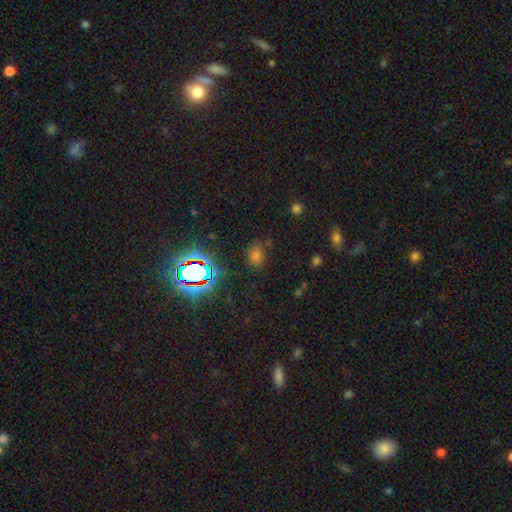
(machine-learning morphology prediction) Smooth or featured: smooth — 52% (star or artifact — 40%)
How rounded: in between — 60% (round — 38%)
Merging: none — 76% (minor disturbance — 15%)